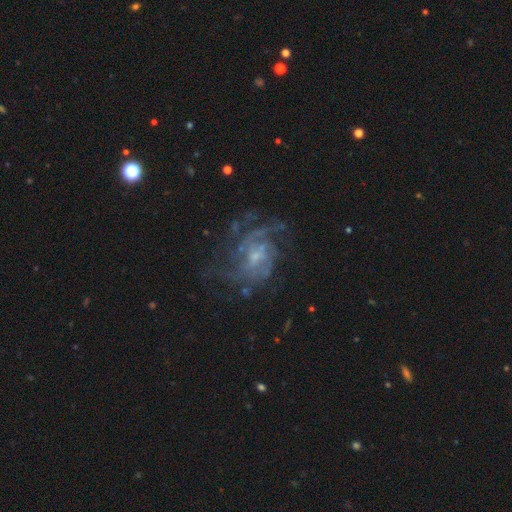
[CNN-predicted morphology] The model was most divided on "spiral winding": medium: 44%, tight: 33%, loose: 23%. Remaining: edge-on disk — no (97%); spiral arms — yes (89%); smooth or featured — featured or disk (81%); bulge size — small (61%); merging — none (58%); bar — no (55%); spiral arm count — can't tell (35%).